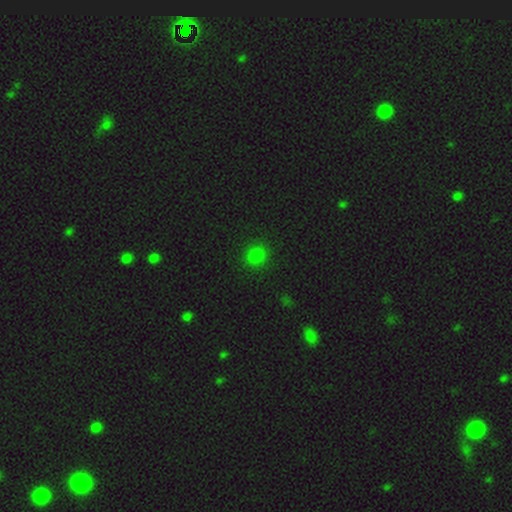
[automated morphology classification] smooth-or-featured: smooth: 80% | star or artifact: 17% | featured or disk: 3%
  how-rounded: round: 65% | in between: 33% | cigar-shaped: 1%
  merging: none: 89% | minor disturbance: 8% | major disturbance: 2% | merger: 1%